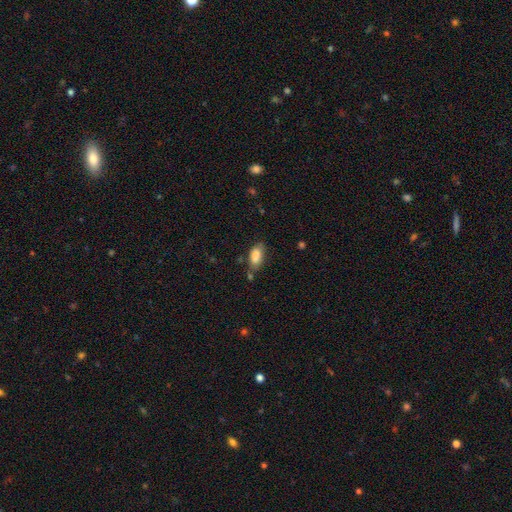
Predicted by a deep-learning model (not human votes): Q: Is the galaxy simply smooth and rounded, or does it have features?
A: smooth — 85%.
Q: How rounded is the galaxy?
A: in between — 90%.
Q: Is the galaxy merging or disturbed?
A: none — 64%.